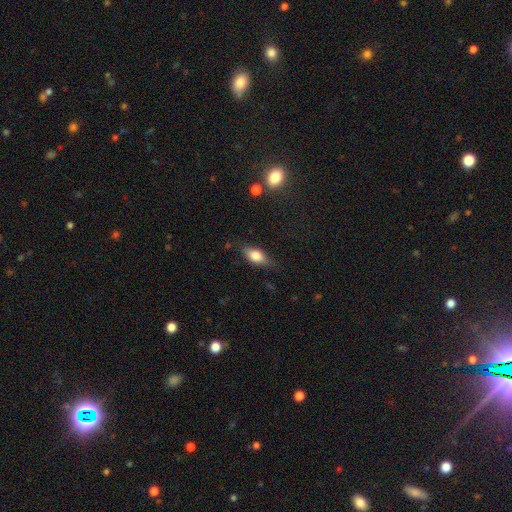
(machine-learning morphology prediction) Smooth or featured?
  - smooth: 73% *
  - featured or disk: 20%
  - star or artifact: 8%
How rounded?
  - in between: 81% *
  - cigar-shaped: 13%
  - round: 6%
Merging?
  - none: 74% *
  - minor disturbance: 19%
  - major disturbance: 5%
  - merger: 2%